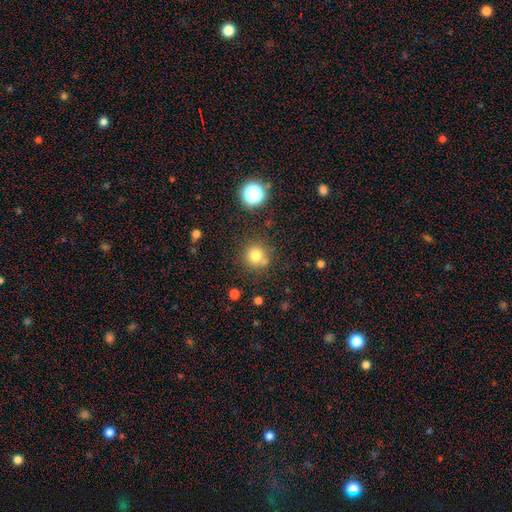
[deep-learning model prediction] The model was most divided on "smooth or featured": smooth: 78%, star or artifact: 15%, featured or disk: 8%. More confident: how rounded — round (93%); merging — none (76%).